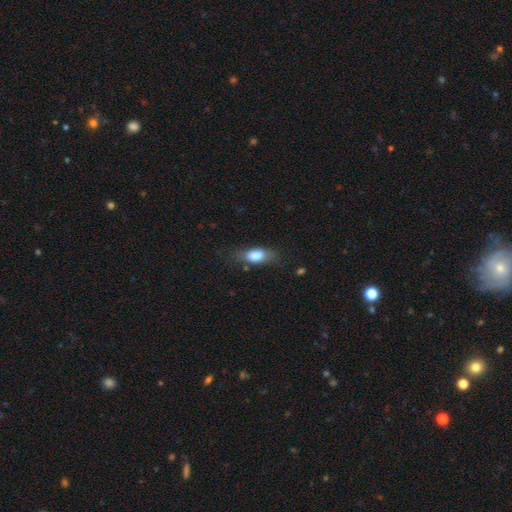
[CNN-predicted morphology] smooth_or_featured: smooth (p=0.79) [alt: featured or disk p=0.13]
how_rounded: in between (p=0.79) [alt: cigar-shaped p=0.15]
merging: none (p=0.63) [alt: minor disturbance p=0.24]